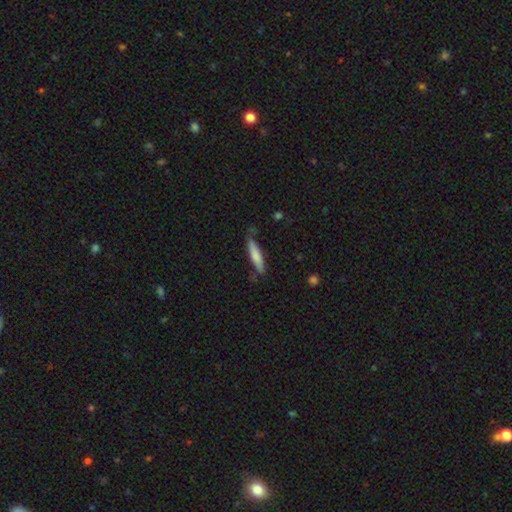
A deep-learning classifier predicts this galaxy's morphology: Smooth or featured? Predicted: smooth (p=0.73). How rounded? Predicted: cigar-shaped (p=0.84). Merging? Predicted: none (p=0.74).